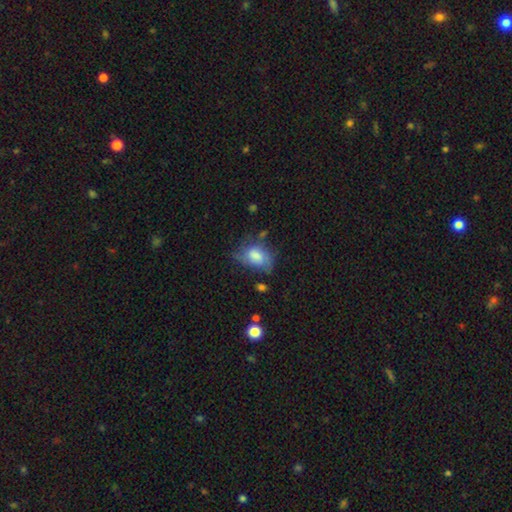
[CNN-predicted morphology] smooth 66%, featured or disk 25%, star or artifact 9%. Down the decision tree: how rounded — in between (84%); merging — none (38%).